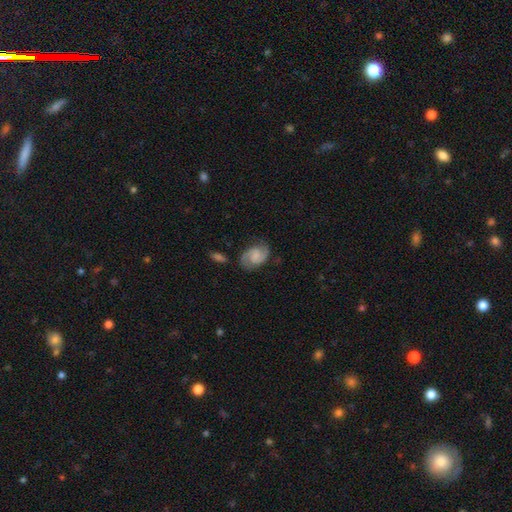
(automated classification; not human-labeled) A featured or disk galaxy (80%) with no bar (54%), 2 (92%) medium (53%) spiral arms (97%) and a small central bulge (38%). Merging: none (77%).